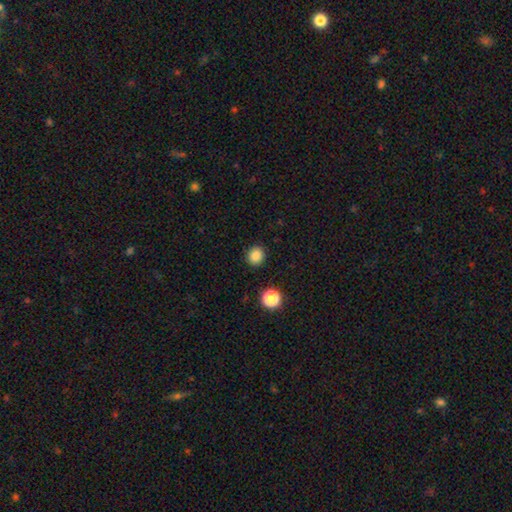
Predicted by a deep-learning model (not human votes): This appears to be a smooth galaxy with no disk features (85%) that is round (83%). Merging: none (91%).